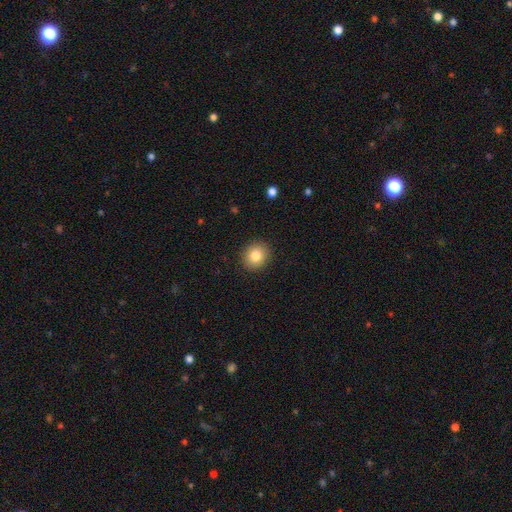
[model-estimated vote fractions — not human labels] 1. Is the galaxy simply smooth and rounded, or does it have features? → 82% smooth, 10% star or artifact, 8% featured or disk.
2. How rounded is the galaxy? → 83% round, 16% in between, 1% cigar-shaped.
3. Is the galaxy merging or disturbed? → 91% none, 6% minor disturbance, 2% major disturbance, 1% merger.